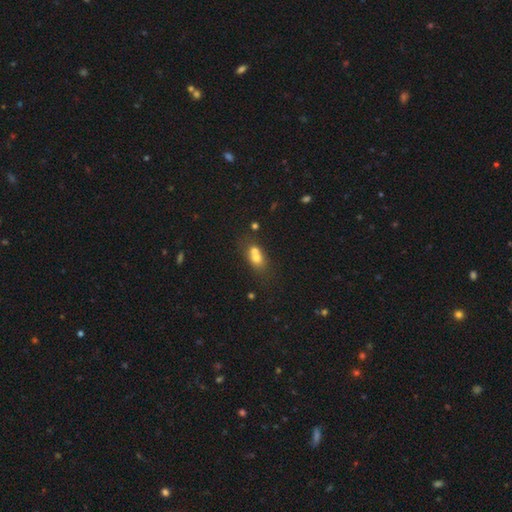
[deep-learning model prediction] A smooth galaxy with no disk features (66%) that is in between round and cigar-shaped (55%). Merging: merger (59%).